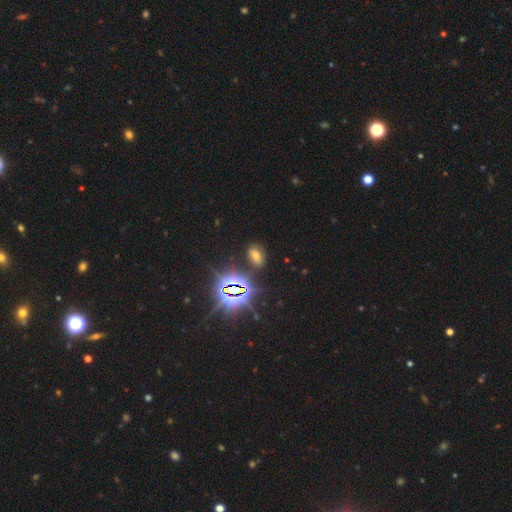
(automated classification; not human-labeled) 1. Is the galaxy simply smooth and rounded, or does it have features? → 51% star or artifact, 35% smooth, 14% featured or disk.